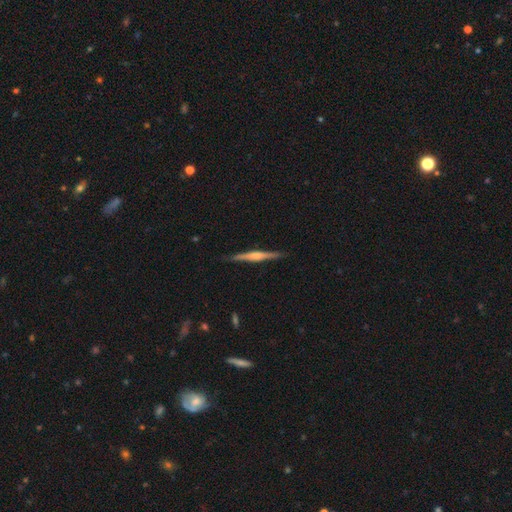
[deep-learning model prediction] smooth-or-featured: featured or disk: 72% | smooth: 23% | star or artifact: 5%
  disk-edge-on: yes: 98% | no: 2%
    edge-on-bulge: rounded: 66% | boxy: 21% | none: 13%
  merging: none: 90% | minor disturbance: 8% | major disturbance: 1% | merger: 1%